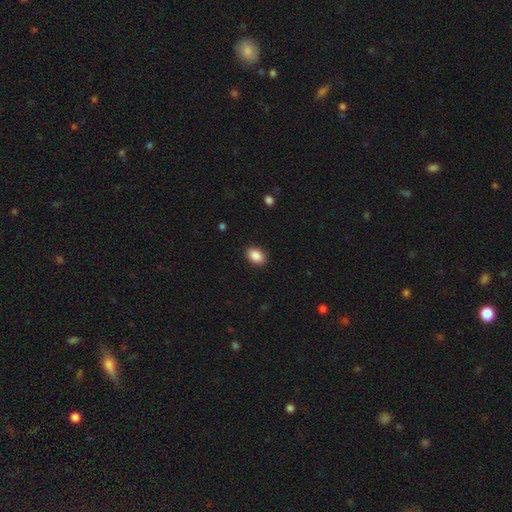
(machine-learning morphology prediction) type=smooth (89%); roundness=in between (80%); merging=none (88%).